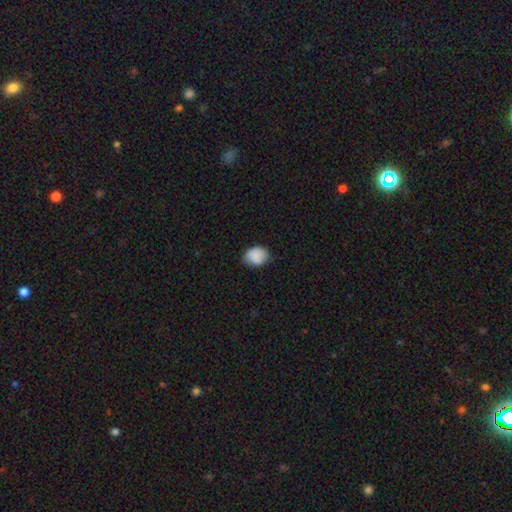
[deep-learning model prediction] smooth 87%, star or artifact 8%, featured or disk 5%. Down the decision tree: how rounded — round (52%); merging — none (73%).